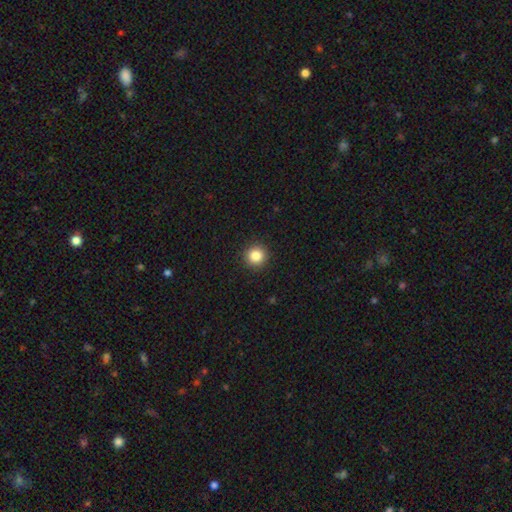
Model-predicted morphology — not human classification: A smooth galaxy with no disk features (85%) that is round (95%).

Vote fractions:
- Smooth or featured? smooth: 85% / star or artifact: 11% / featured or disk: 4%
- How rounded? round: 95% / in between: 4% / cigar-shaped: 1%
- Merging? none: 93% / minor disturbance: 5% / major disturbance: 2% / merger: 1%